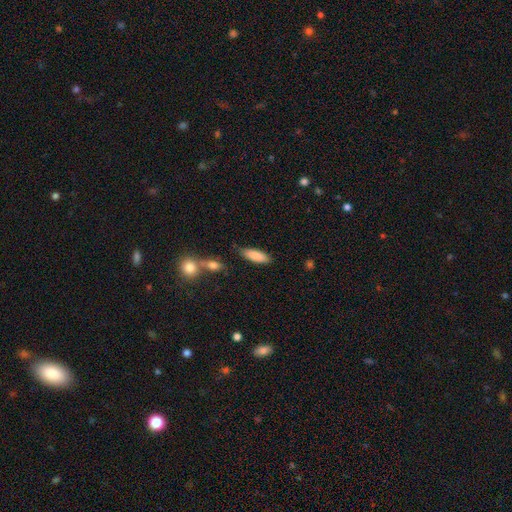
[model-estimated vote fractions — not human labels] A smooth galaxy with no disk features (85%) that is in between round and cigar-shaped (67%). Merging: none (81%).